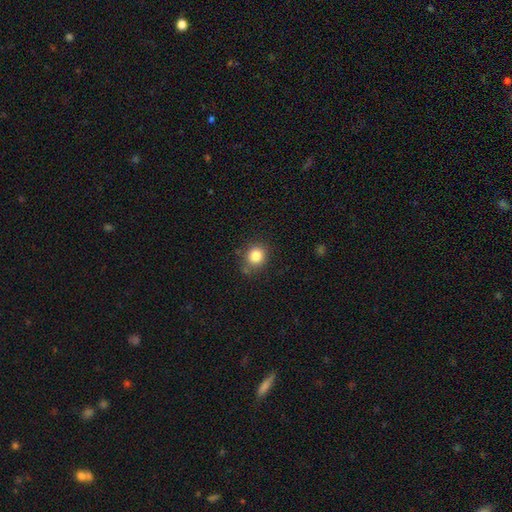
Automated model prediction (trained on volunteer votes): Smooth or featured? smooth (84%)
How rounded? round (81%)
Merging? none (80%)